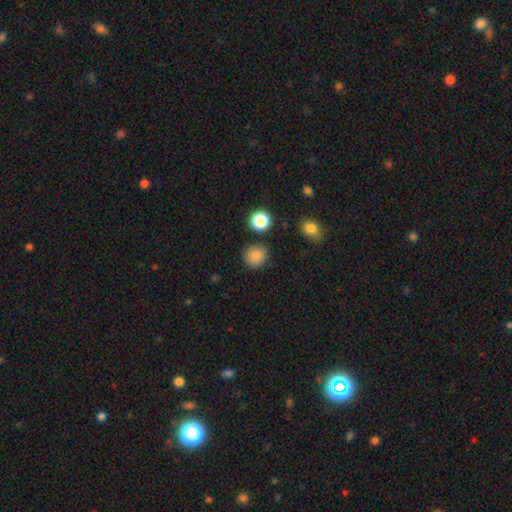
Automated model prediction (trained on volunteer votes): This appears to be a smooth galaxy with no disk features (84%) that is round (85%). Merging: none (84%).